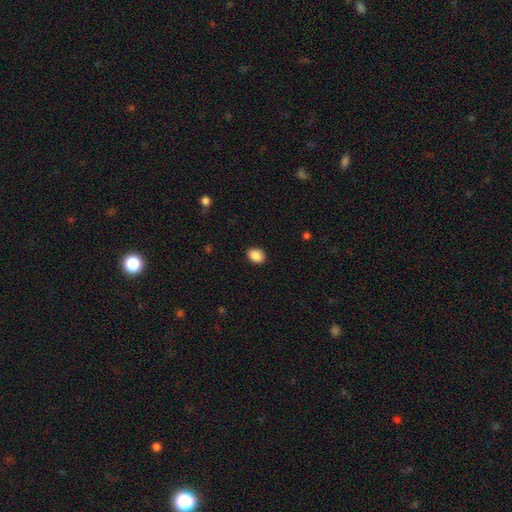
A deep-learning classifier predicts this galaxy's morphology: A smooth galaxy with no disk features (89%) that is in between round and cigar-shaped (70%).

Vote fractions:
- Smooth or featured? smooth: 89% / star or artifact: 8% / featured or disk: 3%
- How rounded? in between: 70% / round: 29% / cigar-shaped: 1%
- Merging? none: 89% / minor disturbance: 8% / major disturbance: 2% / merger: 1%